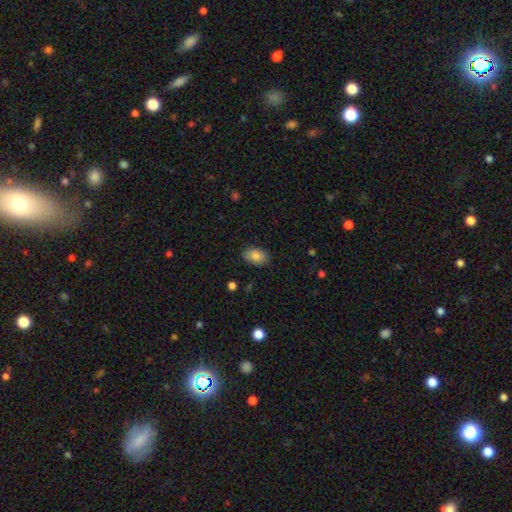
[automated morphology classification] A smooth galaxy with no disk features (86%) that is in between round and cigar-shaped (88%).

Vote fractions:
- Smooth or featured? smooth: 86% / star or artifact: 8% / featured or disk: 7%
- How rounded? in between: 88% / round: 10% / cigar-shaped: 1%
- Merging? none: 85% / minor disturbance: 12% / major disturbance: 3% / merger: 1%